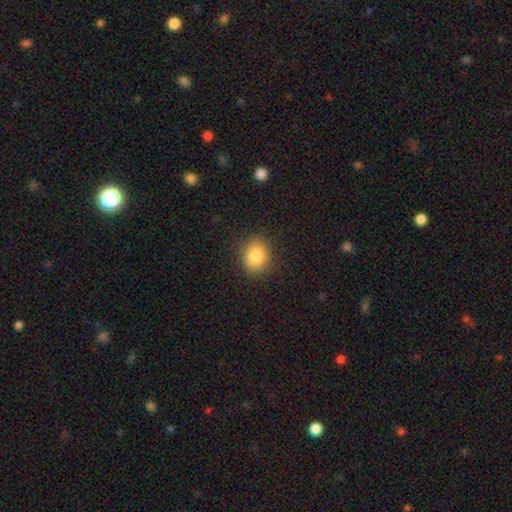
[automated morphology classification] Overall: smooth (83%). How rounded: round (54%; in between 45%). Merging: none (86%).